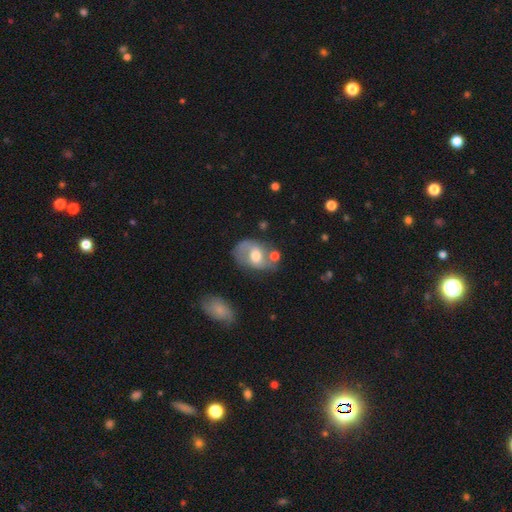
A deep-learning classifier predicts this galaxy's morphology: Smooth or featured: featured or disk — 49% (smooth — 44%)
Merging: none — 54% (minor disturbance — 22%)